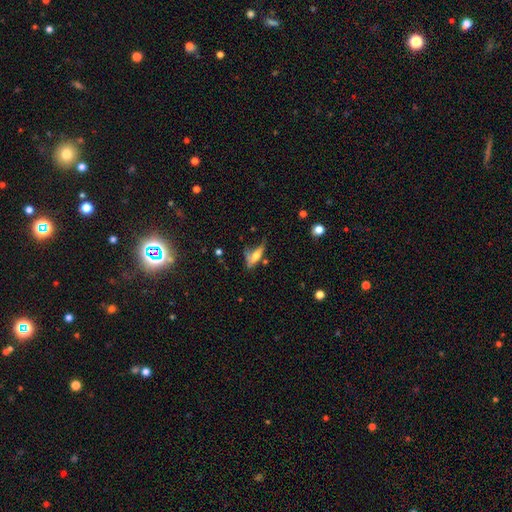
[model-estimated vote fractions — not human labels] Smooth or featured: smooth — 54% (featured or disk — 36%)
How rounded: in between — 55% (cigar-shaped — 41%)
Merging: none — 34% (minor disturbance — 29%)